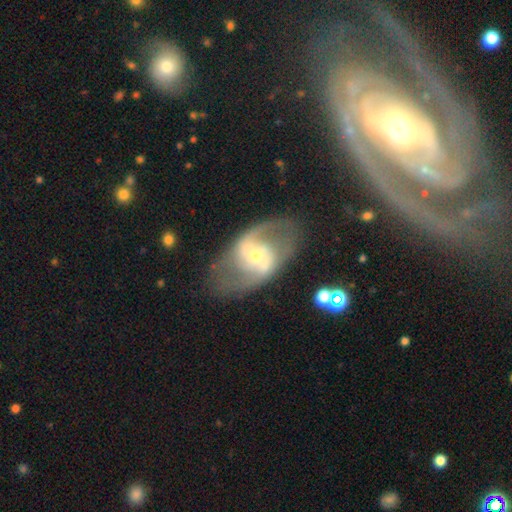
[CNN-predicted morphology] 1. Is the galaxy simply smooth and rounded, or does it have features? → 81% featured or disk, 13% smooth, 6% star or artifact.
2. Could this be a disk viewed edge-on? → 95% no, 5% yes.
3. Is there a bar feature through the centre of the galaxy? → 40% weak, 35% strong, 25% no.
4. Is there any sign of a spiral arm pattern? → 82% yes, 18% no.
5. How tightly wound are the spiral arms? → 48% medium, 35% loose, 17% tight.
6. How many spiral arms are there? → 85% 2, 8% can't tell, 2% 1, 2% 3, 1% 4, 1% more than 4.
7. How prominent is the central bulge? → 49% moderate, 44% small, 5% large, 1% dominant, 1% none.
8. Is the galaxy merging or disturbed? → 73% none, 15% minor disturbance, 10% major disturbance, 2% merger.